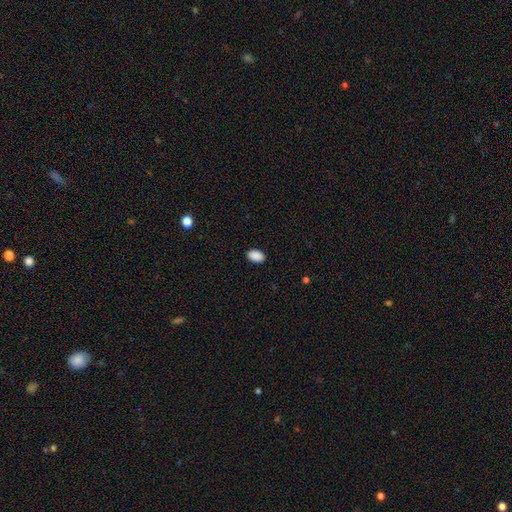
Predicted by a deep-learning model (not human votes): Smooth or featured? Predicted: smooth (p=0.90). How rounded? Predicted: in between (p=0.90). Merging? Predicted: none (p=0.89).